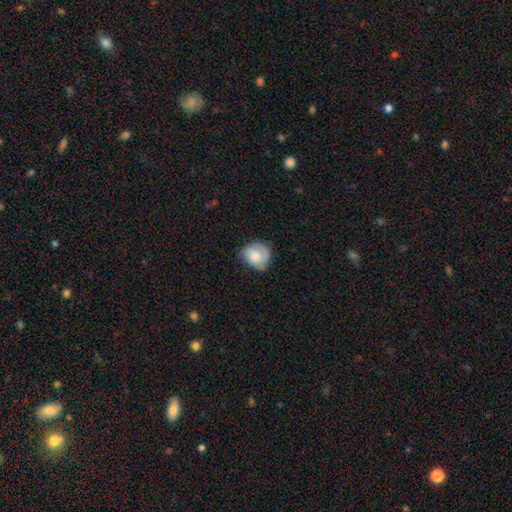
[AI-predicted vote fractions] Q: Smooth or featured?
A: smooth (55%); runner-up: featured or disk (38%)
Q: How rounded?
A: round (73%); runner-up: in between (26%)
Q: Merging?
A: none (61%); runner-up: minor disturbance (29%)